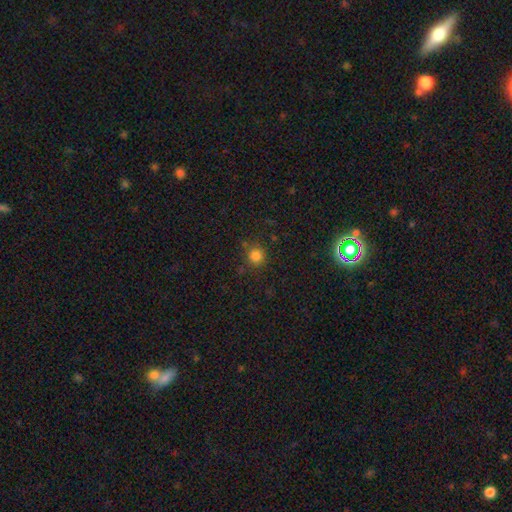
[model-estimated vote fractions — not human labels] The model was most divided on "merging": none: 79%, minor disturbance: 12%, merger: 5%, major disturbance: 4%. More confident: how rounded — round (91%); smooth or featured — smooth (82%).